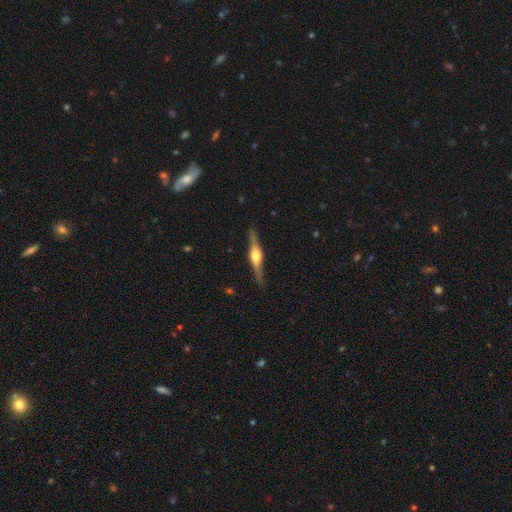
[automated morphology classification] A featured or disk galaxy (77%) viewed edge-on (97%) with a rounded central bulge (93%). Merging: none (88%).